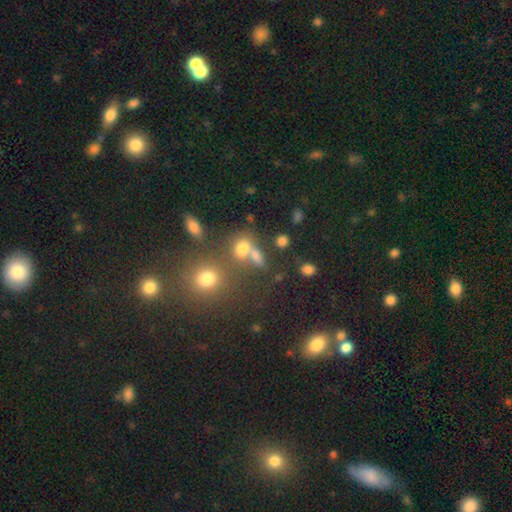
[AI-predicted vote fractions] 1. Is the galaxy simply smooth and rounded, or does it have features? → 70% smooth, 18% star or artifact, 11% featured or disk.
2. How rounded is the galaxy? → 53% in between, 41% round, 7% cigar-shaped.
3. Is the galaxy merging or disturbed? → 50% none, 32% merger, 11% minor disturbance, 7% major disturbance.